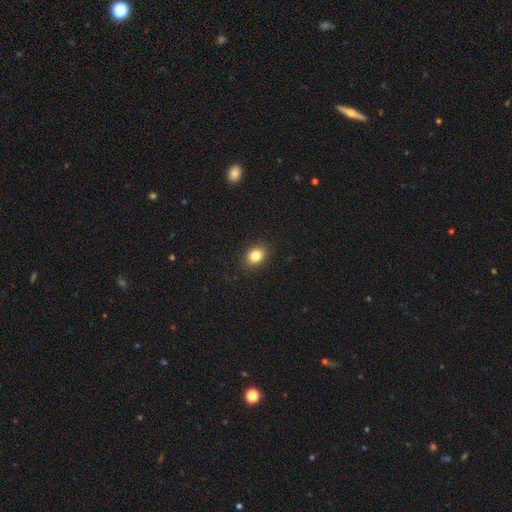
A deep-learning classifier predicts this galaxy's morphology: Smooth or featured: smooth — 83% (star or artifact — 11%)
How rounded: in between — 53% (round — 46%)
Merging: none — 90% (minor disturbance — 7%)